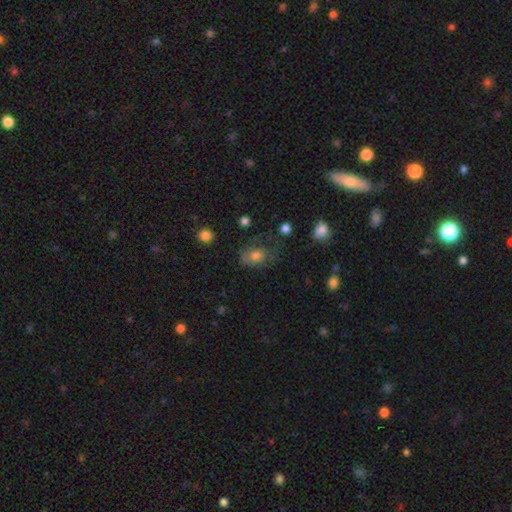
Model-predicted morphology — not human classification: Smooth or featured? Predicted: smooth (p=0.70). How rounded? Predicted: in between (p=0.73). Merging? Predicted: none (p=0.45).